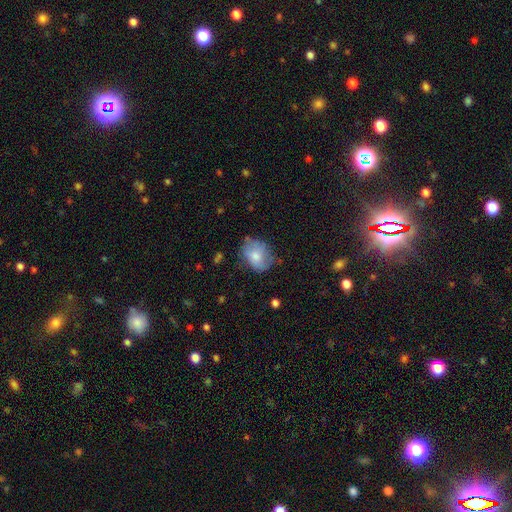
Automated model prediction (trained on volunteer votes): Smooth or featured? Predicted: smooth (p=0.66). How rounded? Predicted: in between (p=0.60). Merging? Predicted: none (p=0.55).